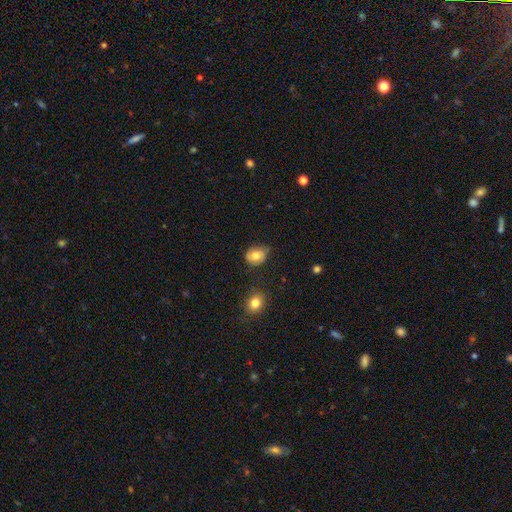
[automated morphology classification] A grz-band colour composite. It shows a smooth galaxy with no disk features (73%) that is round (53%). Merging: none (60%).